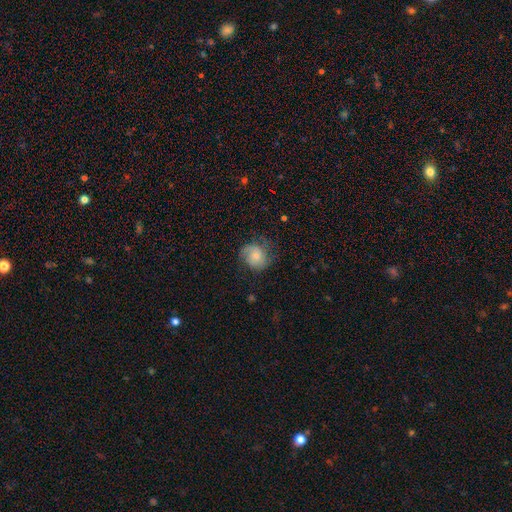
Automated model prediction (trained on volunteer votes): Overall: smooth (48%; featured or disk 44%). Merging: none (62%; minor disturbance 24%).